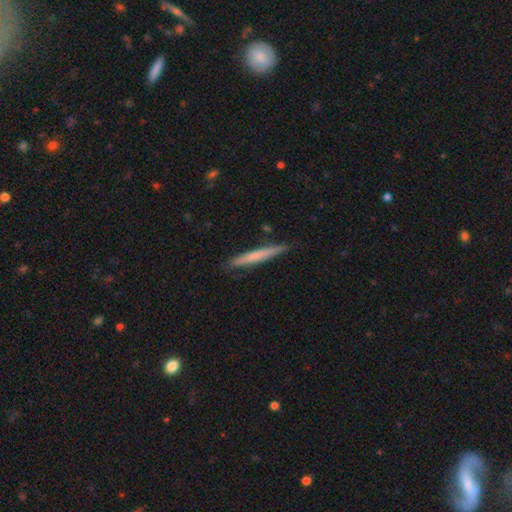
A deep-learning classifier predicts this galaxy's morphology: This is likely a smooth galaxy (61%). How rounded: clearly cigar-shaped (96%). Merging: clearly none (87%).